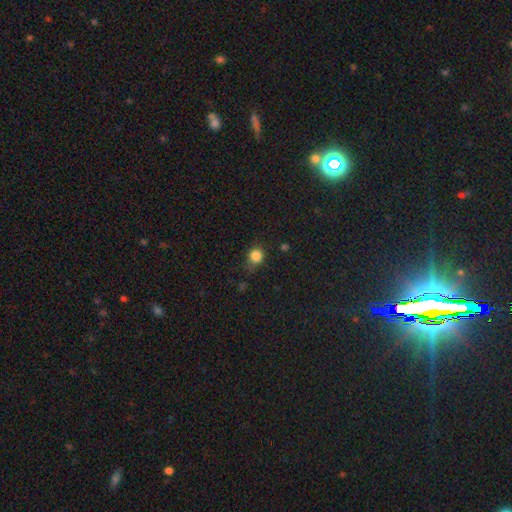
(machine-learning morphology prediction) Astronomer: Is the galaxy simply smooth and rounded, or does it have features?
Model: smooth — 83%.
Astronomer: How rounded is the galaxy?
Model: round — 80%.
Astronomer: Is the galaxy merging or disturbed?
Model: none — 65%.